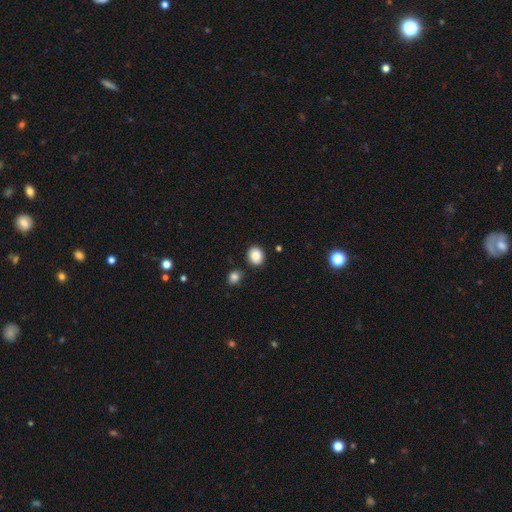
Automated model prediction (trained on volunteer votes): smooth_or_featured: smooth (p=0.88) [alt: star or artifact p=0.09]
how_rounded: round (p=0.63) [alt: in between p=0.36]
merging: none (p=0.83) [alt: minor disturbance p=0.10]